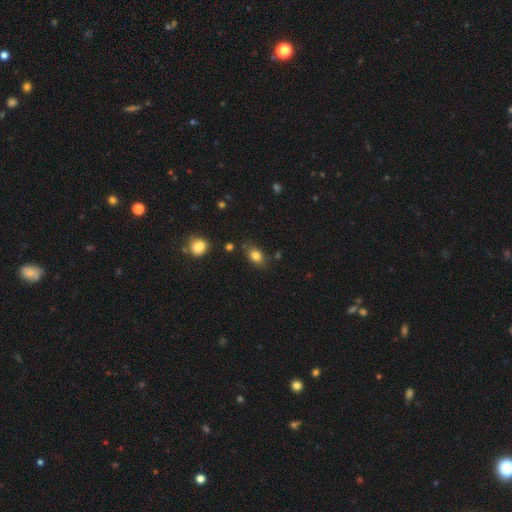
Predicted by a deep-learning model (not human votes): Q: Smooth or featured?
A: smooth (81%); runner-up: star or artifact (10%)
Q: How rounded?
A: in between (77%); runner-up: round (20%)
Q: Merging?
A: none (77%); runner-up: minor disturbance (16%)